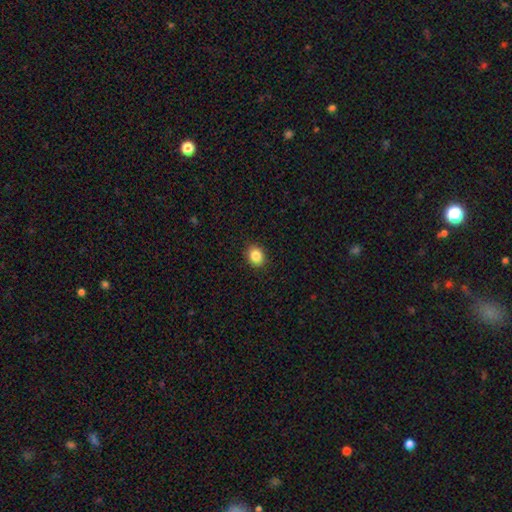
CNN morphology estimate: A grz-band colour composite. It shows a smooth galaxy with no disk features (85%) that is round (59%). Merging: none (90%).